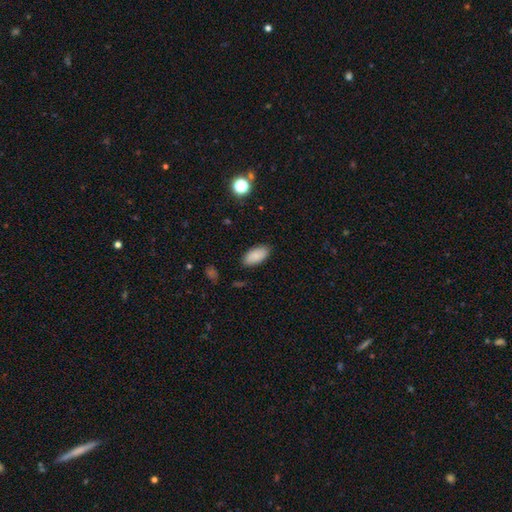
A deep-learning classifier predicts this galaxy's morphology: type=smooth (86%); roundness=in between (93%); merging=none (86%).